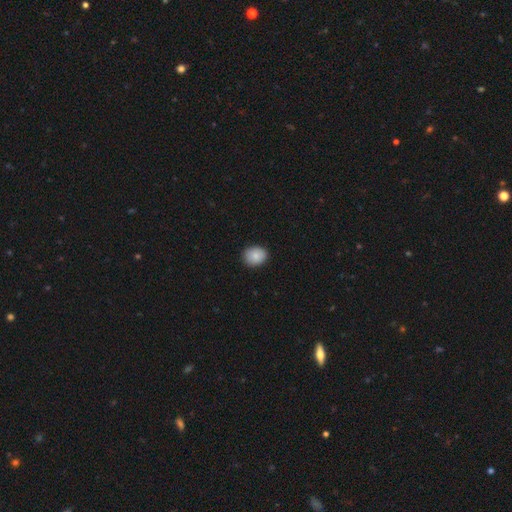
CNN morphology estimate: This is clearly a smooth galaxy (86%). How rounded: likely round (63%). Merging: clearly none (88%).